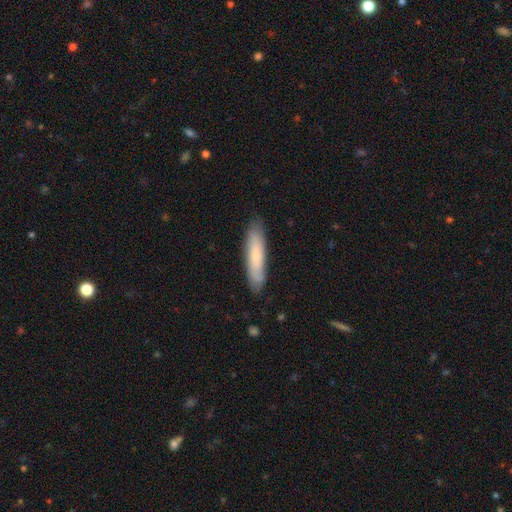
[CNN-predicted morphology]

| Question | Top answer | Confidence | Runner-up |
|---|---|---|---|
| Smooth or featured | smooth | 65% | featured or disk (29%) |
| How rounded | cigar-shaped | 83% | in between (16%) |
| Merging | none | 84% | minor disturbance (13%) |